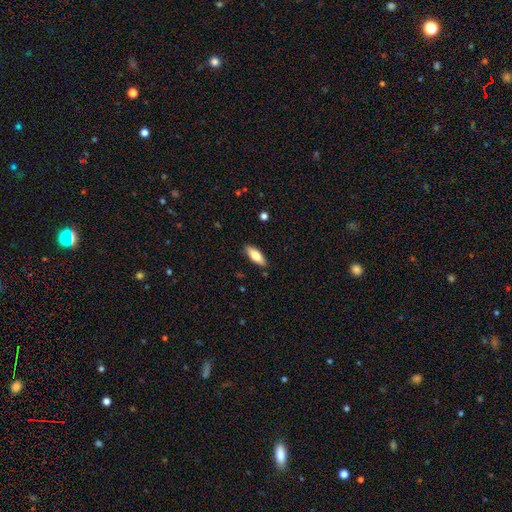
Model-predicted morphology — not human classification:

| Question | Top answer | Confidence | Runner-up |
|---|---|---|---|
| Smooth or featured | smooth | 77% | featured or disk (17%) |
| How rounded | in between | 70% | cigar-shaped (28%) |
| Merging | none | 87% | minor disturbance (10%) |